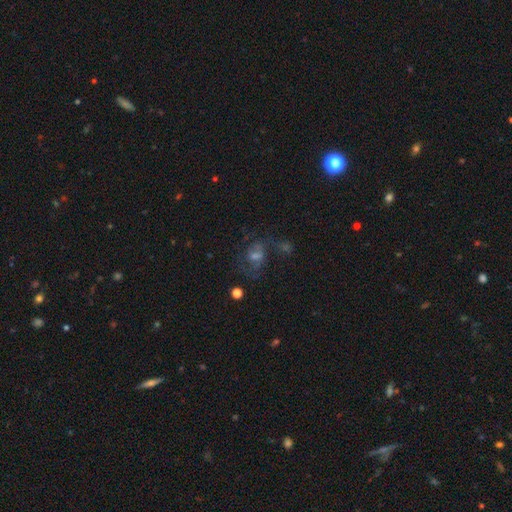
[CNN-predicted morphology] Smooth or featured? Predicted: featured or disk (p=0.47). Merging? Predicted: none (p=0.51).